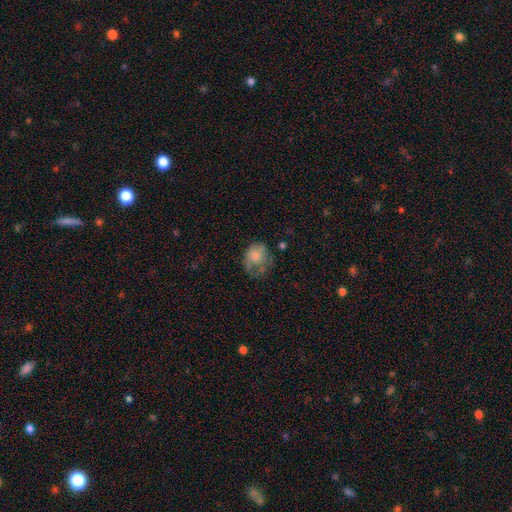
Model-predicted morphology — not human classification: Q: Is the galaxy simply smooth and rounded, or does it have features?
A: smooth — 65%.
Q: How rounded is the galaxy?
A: round — 55%.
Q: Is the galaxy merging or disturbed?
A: major disturbance — 36%.